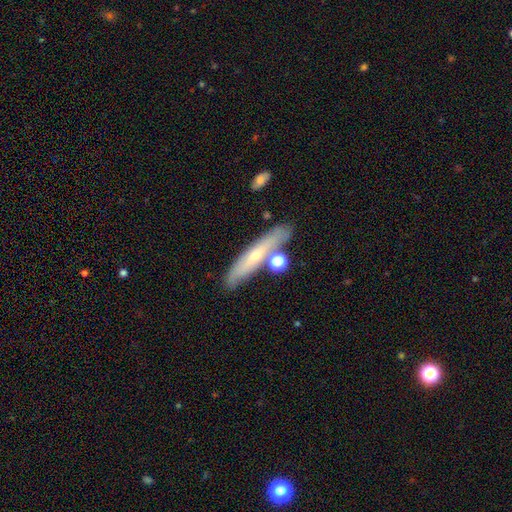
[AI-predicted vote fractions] This is possibly a featured or disk galaxy (51%). It is likely viewed edge-on (71%). Merging: likely none (72%).